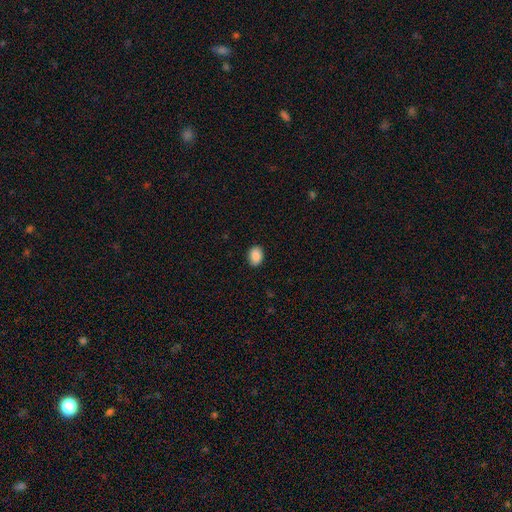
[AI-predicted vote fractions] smooth-or-featured: smooth: 89% | star or artifact: 8% | featured or disk: 4%
  how-rounded: in between: 74% | round: 25% | cigar-shaped: 1%
  merging: none: 89% | minor disturbance: 8% | major disturbance: 2% | merger: 1%